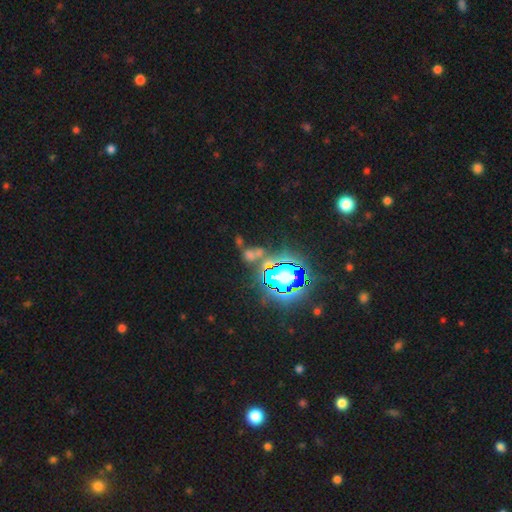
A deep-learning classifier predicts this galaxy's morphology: A star or artifact, not a galaxy (64%).